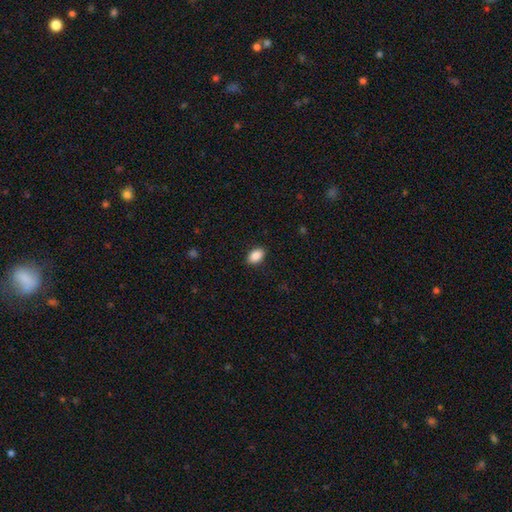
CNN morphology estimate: Smooth or featured? Predicted: smooth (p=0.88). How rounded? Predicted: in between (p=0.87). Merging? Predicted: none (p=0.88).